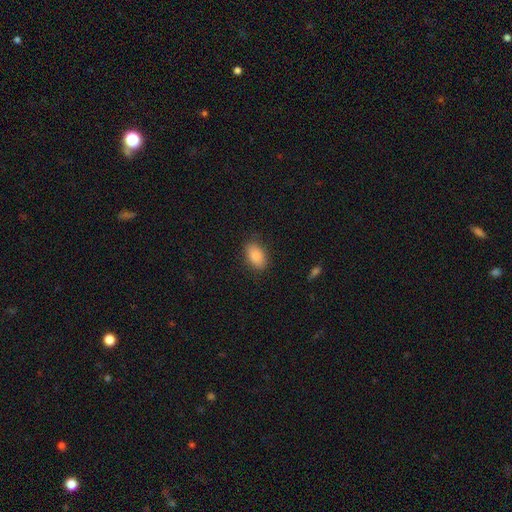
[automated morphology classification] This appears to be a smooth galaxy with no disk features (89%) that is in between round and cigar-shaped (92%). Merging: none (85%).